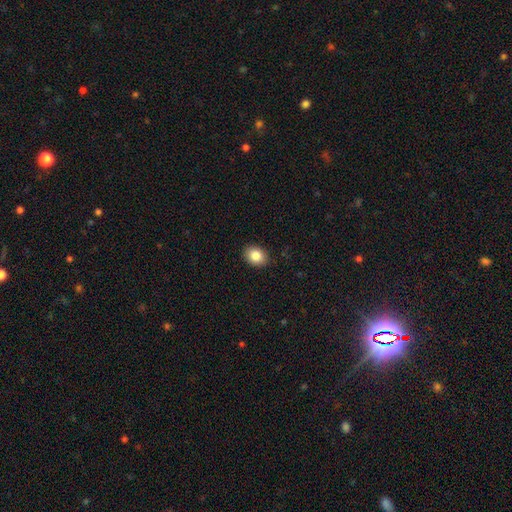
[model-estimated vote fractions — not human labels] Q: Smooth or featured?
A: smooth (85%); runner-up: star or artifact (8%)
Q: How rounded?
A: in between (65%); runner-up: round (34%)
Q: Merging?
A: none (90%); runner-up: minor disturbance (7%)